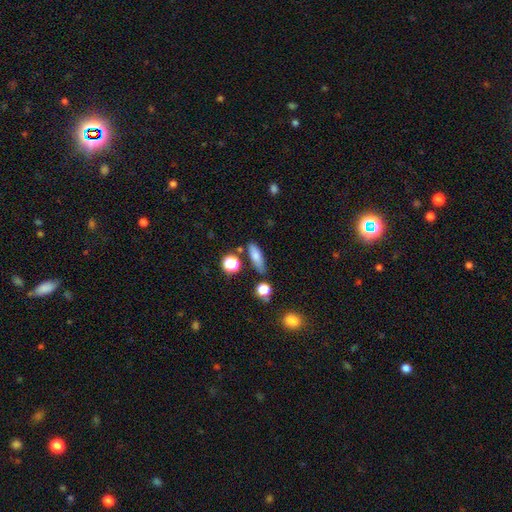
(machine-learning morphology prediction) The model was most divided on "how rounded": in between: 53%, cigar-shaped: 40%, round: 7%. More confident: smooth or featured — smooth (75%); merging — none (73%).